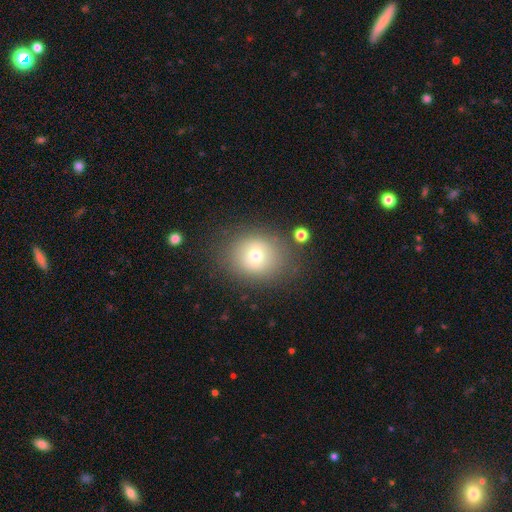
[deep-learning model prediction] A smooth galaxy with no disk features (69%) that is round (64%).

Vote fractions:
- Smooth or featured? smooth: 69% / featured or disk: 19% / star or artifact: 12%
- How rounded? round: 64% / in between: 35% / cigar-shaped: 1%
- Merging? none: 78% / minor disturbance: 13% / major disturbance: 6% / merger: 3%